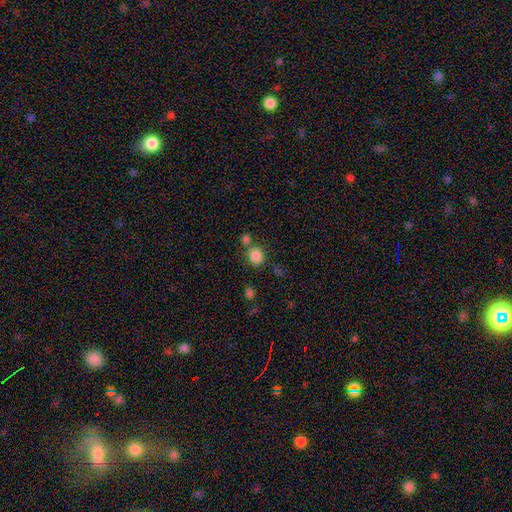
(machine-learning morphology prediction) Smooth or featured?
  - smooth: 85% *
  - star or artifact: 11%
  - featured or disk: 4%
How rounded?
  - round: 81% *
  - in between: 18%
  - cigar-shaped: 1%
Merging?
  - none: 68% *
  - merger: 19%
  - minor disturbance: 9%
  - major disturbance: 4%